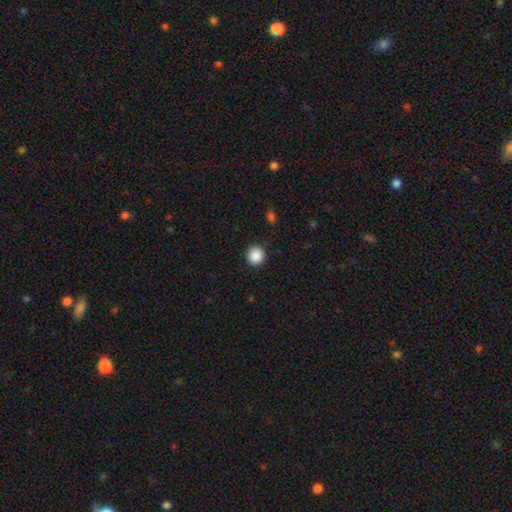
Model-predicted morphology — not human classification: Smooth or featured? Predicted: smooth (p=0.88). How rounded? Predicted: round (p=0.94). Merging? Predicted: none (p=0.91).